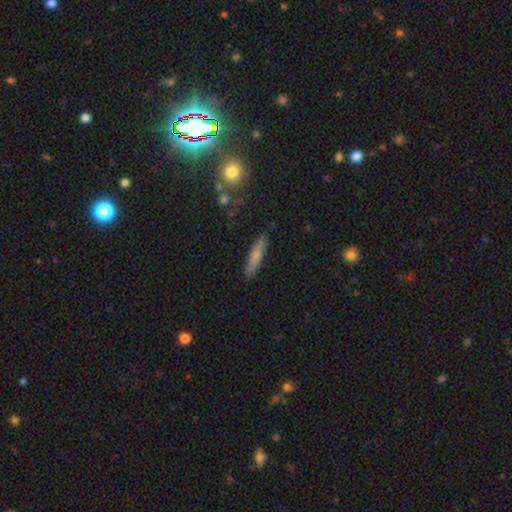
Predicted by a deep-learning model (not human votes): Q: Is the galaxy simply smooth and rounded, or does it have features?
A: smooth — 69%.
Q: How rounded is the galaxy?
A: cigar-shaped — 85%.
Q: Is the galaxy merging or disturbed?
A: none — 84%.